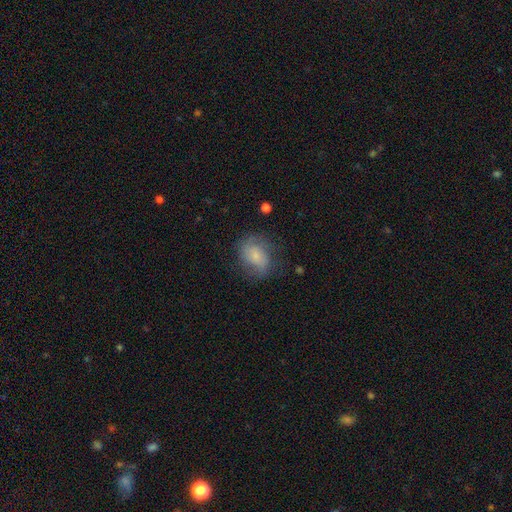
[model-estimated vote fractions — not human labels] Smooth or featured?
  - smooth: 55% *
  - featured or disk: 35%
  - star or artifact: 9%
How rounded?
  - in between: 55% *
  - round: 44%
  - cigar-shaped: 1%
Merging?
  - none: 61% *
  - minor disturbance: 24%
  - major disturbance: 13%
  - merger: 2%